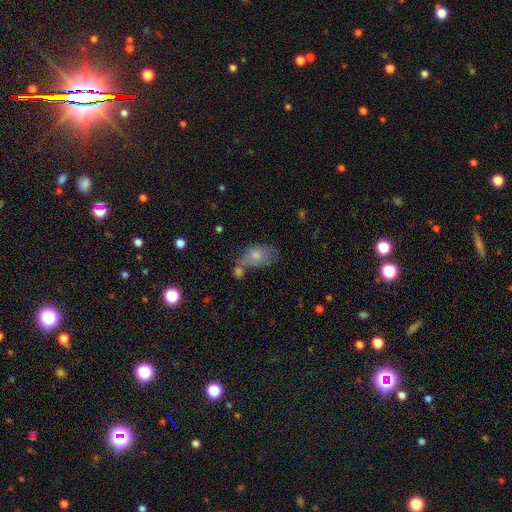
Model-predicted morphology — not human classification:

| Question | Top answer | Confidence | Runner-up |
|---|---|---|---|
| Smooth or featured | smooth | 72% | featured or disk (19%) |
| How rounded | in between | 87% | round (11%) |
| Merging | none | 36% | minor disturbance (25%) |